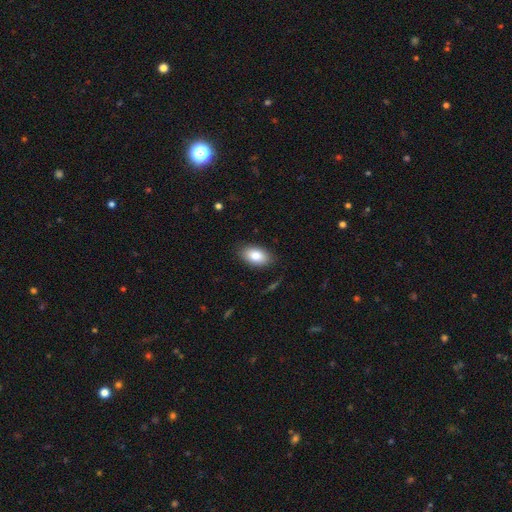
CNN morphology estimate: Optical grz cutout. It shows a smooth galaxy with no disk features (81%) that is in between round and cigar-shaped (92%). Merging: none (86%).